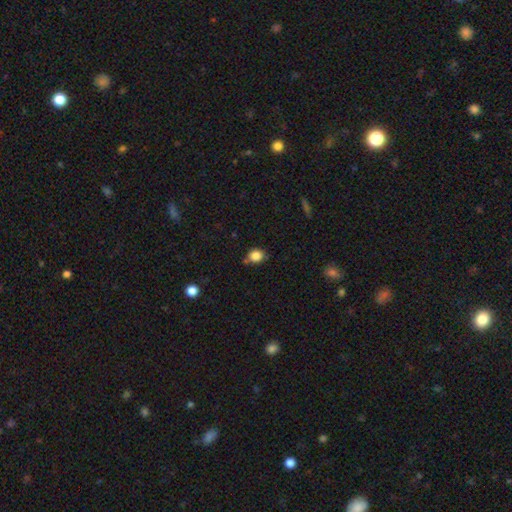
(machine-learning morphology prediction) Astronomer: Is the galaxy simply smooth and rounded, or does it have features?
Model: smooth — 84%.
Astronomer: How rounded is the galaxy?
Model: round — 73%.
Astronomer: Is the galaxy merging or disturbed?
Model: none — 64%.